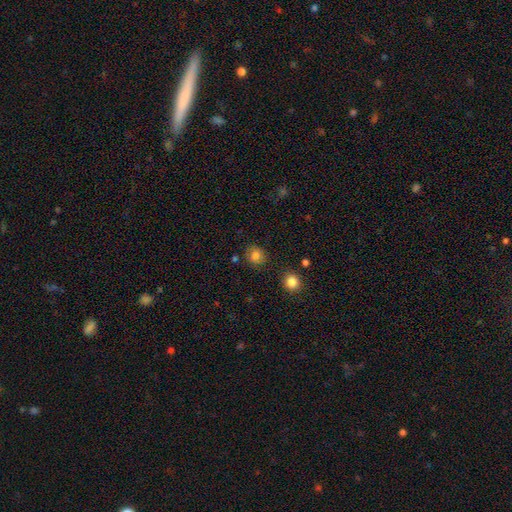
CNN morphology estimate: The model was most divided on "how rounded": round: 83%, in between: 16%, cigar-shaped: 1%. More confident: merging — none (83%); smooth or featured — smooth (82%).